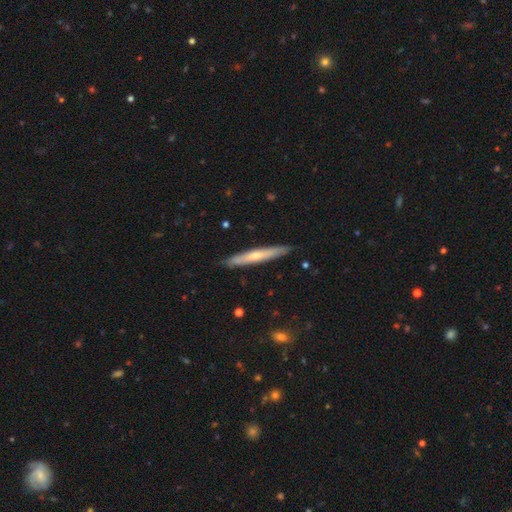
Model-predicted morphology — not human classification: featured or disk 50%, smooth 44%, star or artifact 6%. Down the decision tree: edge-on disk — yes (91%); merging — none (87%).